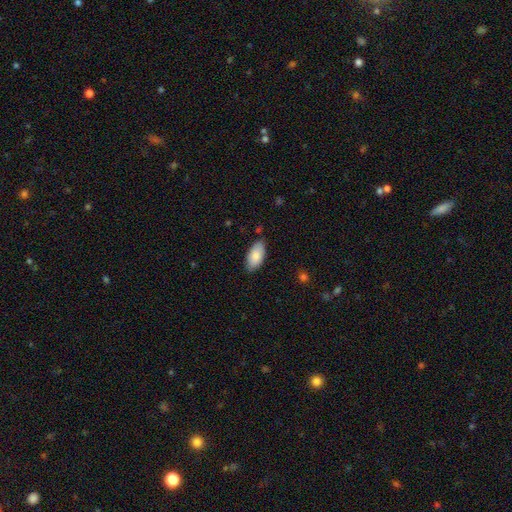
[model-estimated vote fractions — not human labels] Morphology: type=smooth (85%); roundness=in between (95%); merging=none (79%).